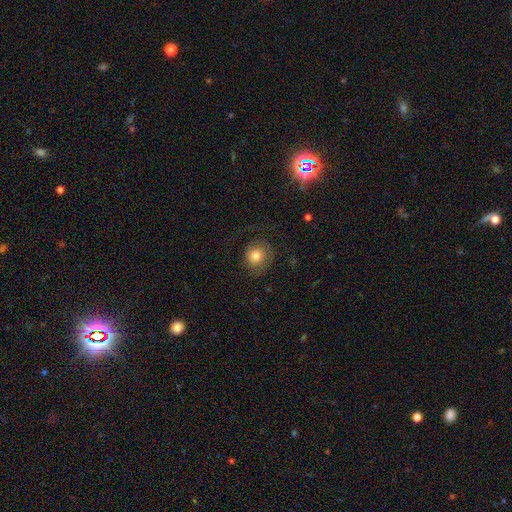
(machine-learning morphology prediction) The model was most divided on "smooth or featured": smooth: 69%, featured or disk: 22%, star or artifact: 10%. More confident: how rounded — round (85%); merging — none (67%).